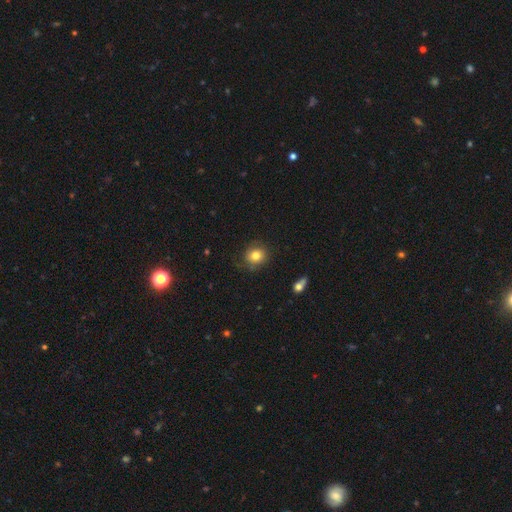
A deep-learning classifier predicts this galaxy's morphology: Smooth or featured?
  - smooth: 80% *
  - star or artifact: 11%
  - featured or disk: 10%
How rounded?
  - round: 82% *
  - in between: 18%
  - cigar-shaped: 1%
Merging?
  - none: 80% *
  - minor disturbance: 14%
  - major disturbance: 4%
  - merger: 2%